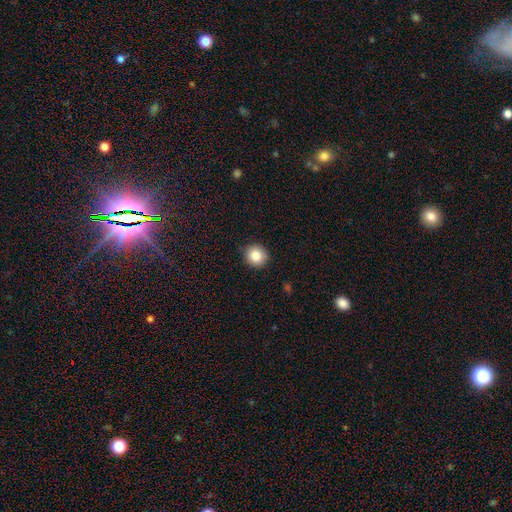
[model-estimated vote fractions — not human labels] Smooth or featured: smooth — 84% (star or artifact — 10%)
How rounded: round — 89% (in between — 10%)
Merging: none — 90% (minor disturbance — 7%)